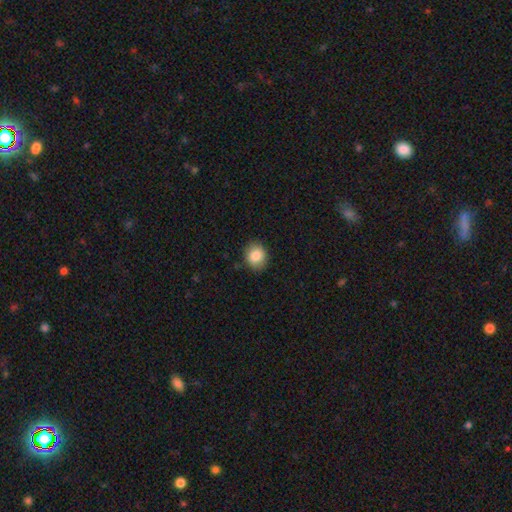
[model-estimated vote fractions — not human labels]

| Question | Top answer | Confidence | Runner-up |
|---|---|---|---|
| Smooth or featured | smooth | 86% | star or artifact (8%) |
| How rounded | round | 60% | in between (39%) |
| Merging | none | 85% | minor disturbance (11%) |